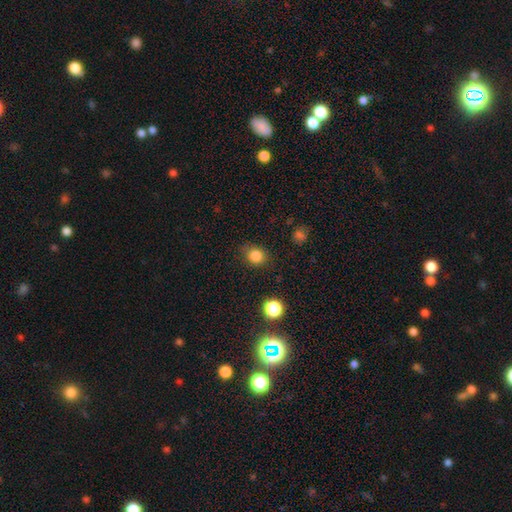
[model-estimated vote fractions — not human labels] smooth 82%, star or artifact 13%, featured or disk 5%. Down the decision tree: how rounded — round (69%); merging — none (82%).